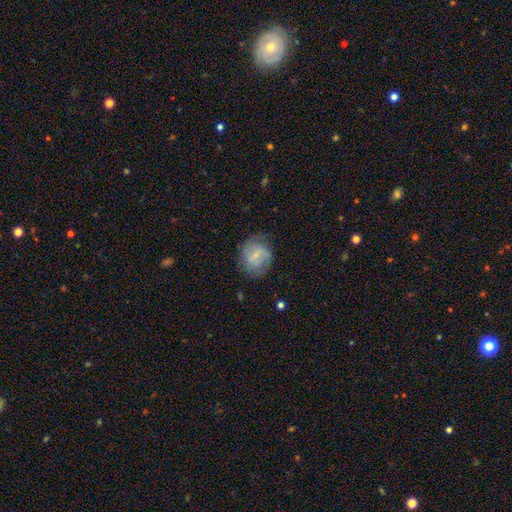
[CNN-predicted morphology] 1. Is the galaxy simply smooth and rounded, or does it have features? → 49% smooth, 43% featured or disk, 8% star or artifact.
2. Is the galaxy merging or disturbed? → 68% none, 22% minor disturbance, 9% major disturbance, 2% merger.